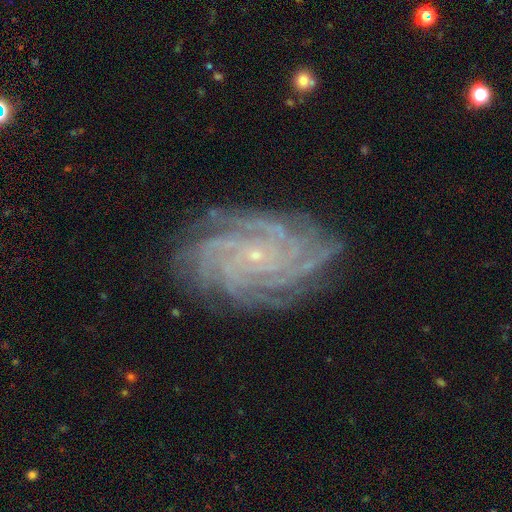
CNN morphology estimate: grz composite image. It shows a featured or disk galaxy (89%) with no bar (74%), more than 4 (41%) tight (78%) spiral arms (99%) and a small central bulge (88%). Merging: none (83%).